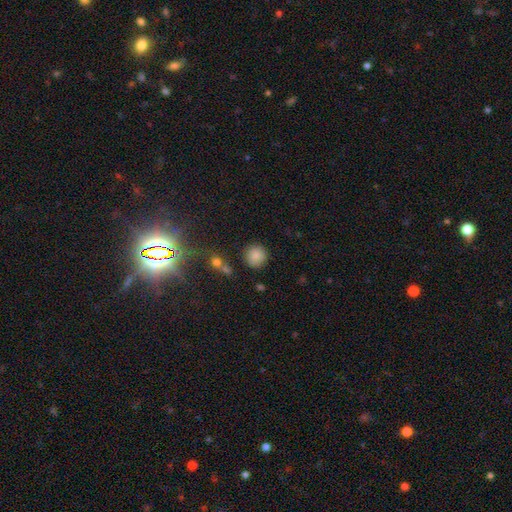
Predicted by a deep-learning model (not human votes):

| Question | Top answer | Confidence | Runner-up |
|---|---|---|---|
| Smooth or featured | smooth | 84% | star or artifact (11%) |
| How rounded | round | 92% | in between (7%) |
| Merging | none | 85% | minor disturbance (8%) |